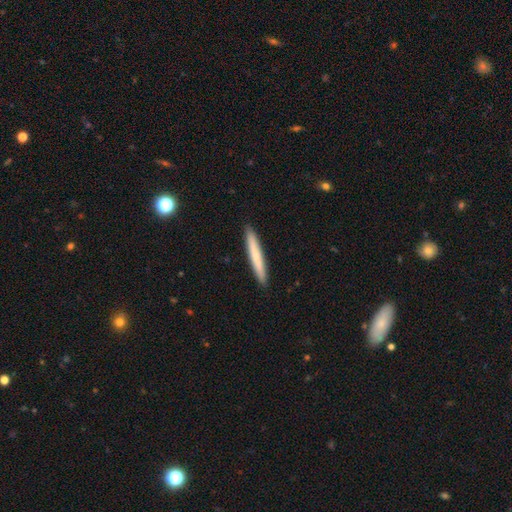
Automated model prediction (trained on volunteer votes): smooth-or-featured: smooth: 71% | featured or disk: 24% | star or artifact: 5%
  how-rounded: cigar-shaped: 96% | in between: 3% | round: 1%
  merging: none: 92% | minor disturbance: 6% | major disturbance: 1% | merger: 1%